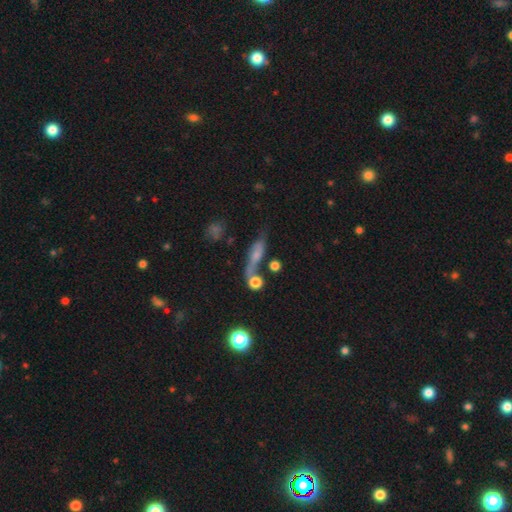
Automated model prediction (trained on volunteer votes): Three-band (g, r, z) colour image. It shows a smooth galaxy with no disk features (46%). Merging: none (44%).